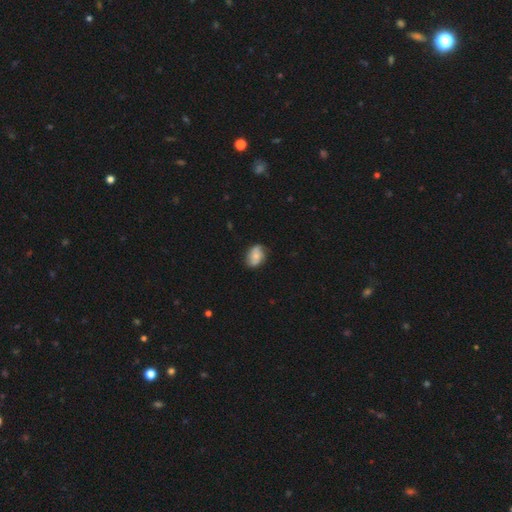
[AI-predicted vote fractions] Q: Smooth or featured?
A: smooth (52%); runner-up: featured or disk (40%)
Q: How rounded?
A: in between (76%); runner-up: round (22%)
Q: Merging?
A: none (72%); runner-up: minor disturbance (22%)